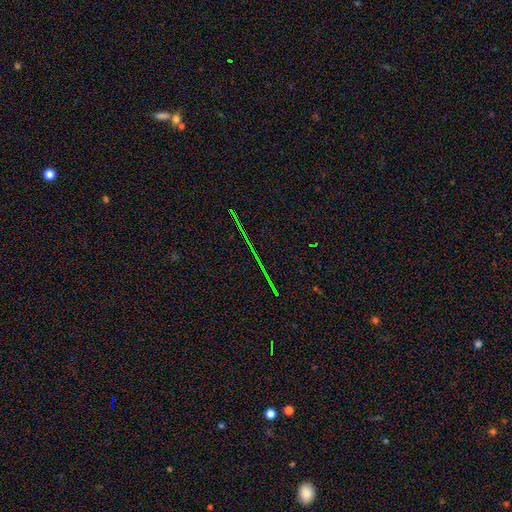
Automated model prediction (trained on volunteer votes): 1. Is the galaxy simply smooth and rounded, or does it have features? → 75% star or artifact, 13% featured or disk, 12% smooth.